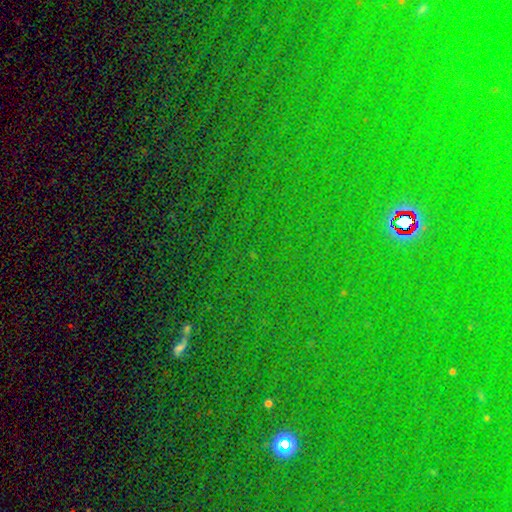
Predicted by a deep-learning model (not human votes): Morphology: type=star or artifact (80%).